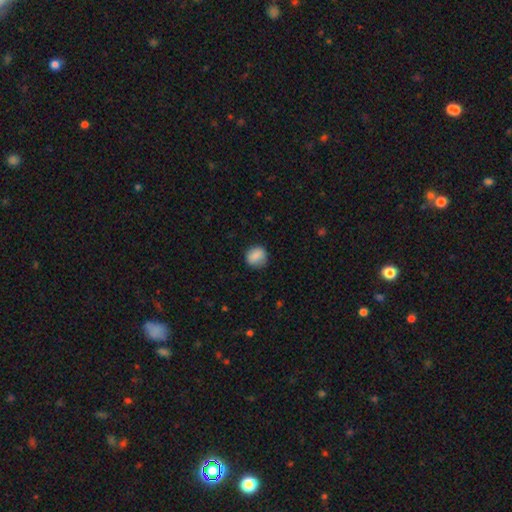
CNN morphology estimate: A smooth galaxy with no disk features (84%) that is round (83%).

Vote fractions:
- Smooth or featured? smooth: 84% / featured or disk: 8% / star or artifact: 8%
- How rounded? round: 83% / in between: 16% / cigar-shaped: 1%
- Merging? none: 80% / minor disturbance: 15% / major disturbance: 4% / merger: 1%